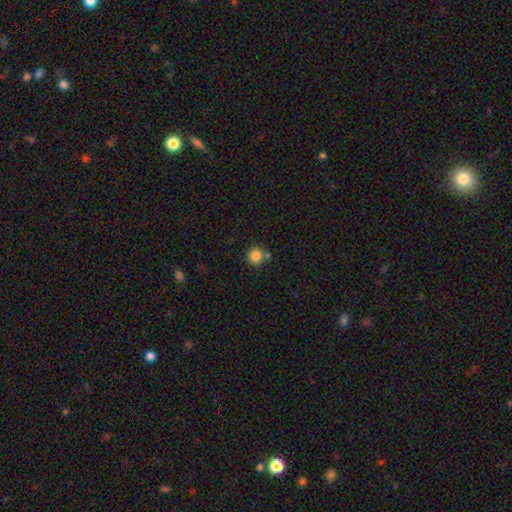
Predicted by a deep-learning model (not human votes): The model was most divided on "merging": none: 73%, merger: 15%, minor disturbance: 9%, major disturbance: 3%. More confident: how rounded — round (92%); smooth or featured — smooth (84%).